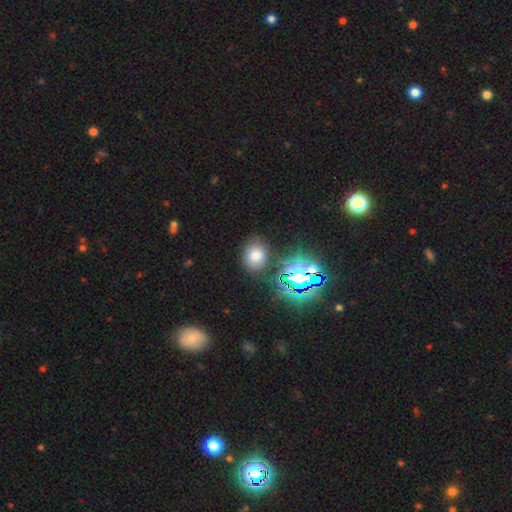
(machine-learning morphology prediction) A smooth galaxy with no disk features (66%) that is round (55%). Merging: none (81%).